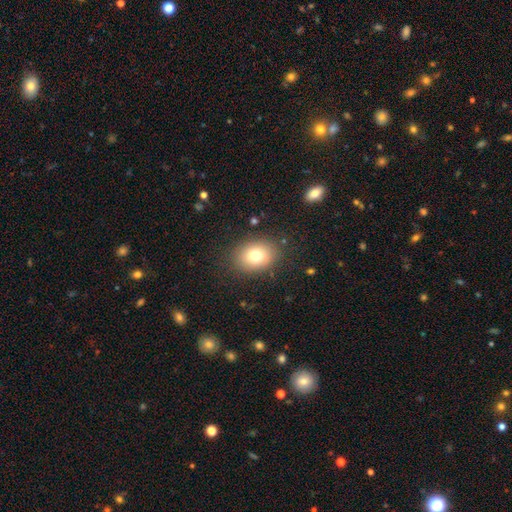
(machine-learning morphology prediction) Smooth or featured?
  - smooth: 77% *
  - featured or disk: 12%
  - star or artifact: 11%
How rounded?
  - in between: 58% *
  - round: 41%
  - cigar-shaped: 1%
Merging?
  - none: 85% *
  - minor disturbance: 10%
  - major disturbance: 4%
  - merger: 1%